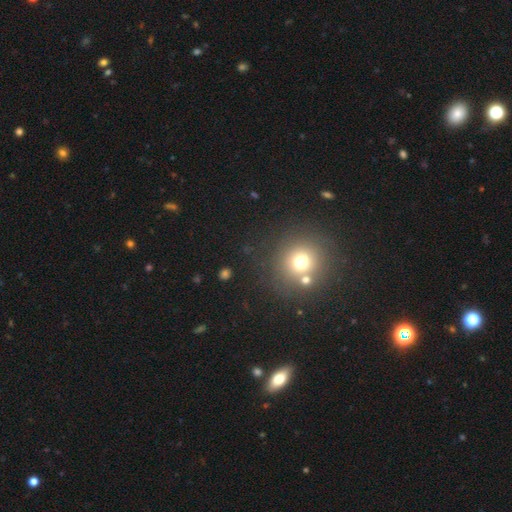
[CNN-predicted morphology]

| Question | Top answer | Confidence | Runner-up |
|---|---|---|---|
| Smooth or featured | smooth | 52% | star or artifact (40%) |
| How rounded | round | 93% | in between (6%) |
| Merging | none | 83% | merger (7%) |